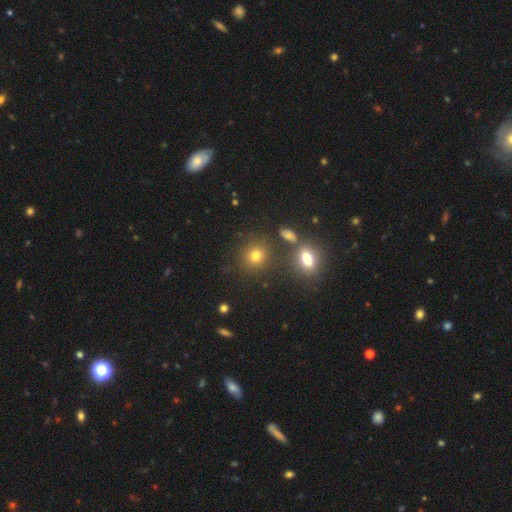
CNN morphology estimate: Smooth or featured? Predicted: smooth (p=0.74). How rounded? Predicted: round (p=0.82). Merging? Predicted: none (p=0.78).